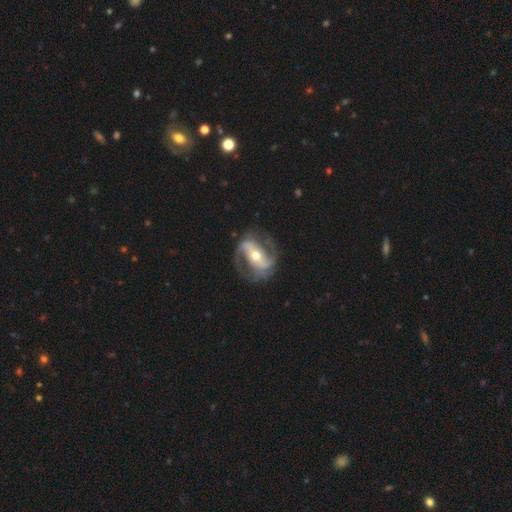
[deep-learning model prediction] Smooth or featured? Predicted: featured or disk (p=0.88). Edge-on disk? Predicted: no (p=0.96). Bar? Predicted: strong (p=0.48). Spiral arms? Predicted: yes (p=0.94). Spiral winding? Predicted: medium (p=0.50). Spiral arm count? Predicted: 2 (p=0.87). Bulge size? Predicted: moderate (p=0.69). Merging? Predicted: none (p=0.74).